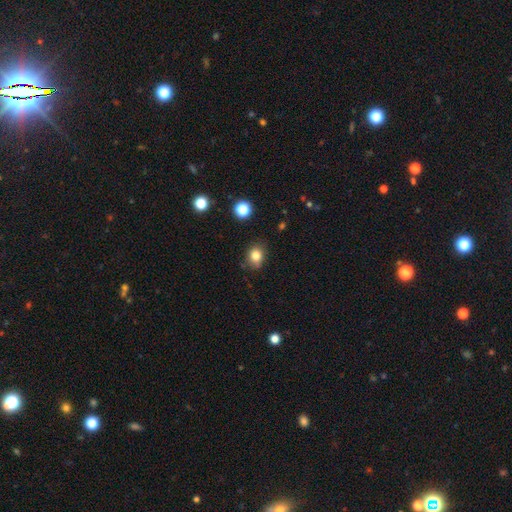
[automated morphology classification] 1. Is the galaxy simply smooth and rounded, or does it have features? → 82% smooth, 12% star or artifact, 7% featured or disk.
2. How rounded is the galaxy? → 56% round, 43% in between, 1% cigar-shaped.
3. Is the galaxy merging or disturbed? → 78% none, 17% minor disturbance, 3% major disturbance, 2% merger.